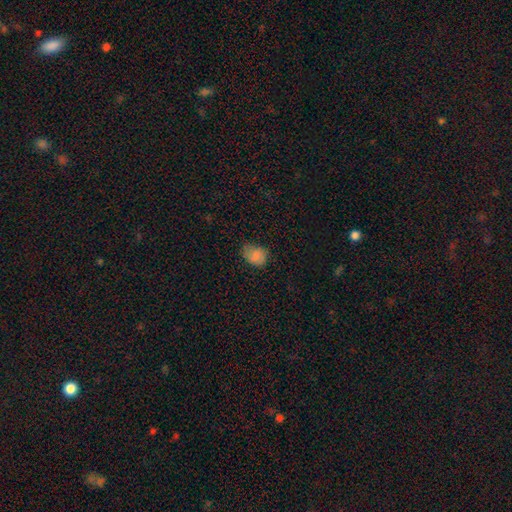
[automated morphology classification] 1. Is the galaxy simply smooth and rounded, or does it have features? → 82% smooth, 10% star or artifact, 8% featured or disk.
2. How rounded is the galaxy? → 65% in between, 34% round, 1% cigar-shaped.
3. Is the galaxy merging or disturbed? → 58% none, 33% minor disturbance, 7% major disturbance, 1% merger.